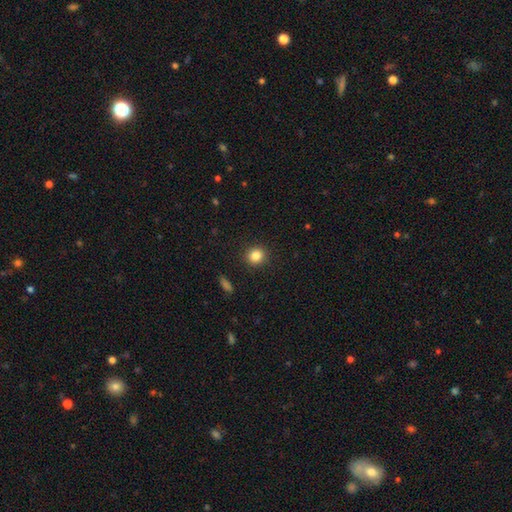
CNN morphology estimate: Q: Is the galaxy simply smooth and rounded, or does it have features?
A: smooth — 84%.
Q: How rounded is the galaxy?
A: round — 86%.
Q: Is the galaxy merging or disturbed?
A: none — 91%.